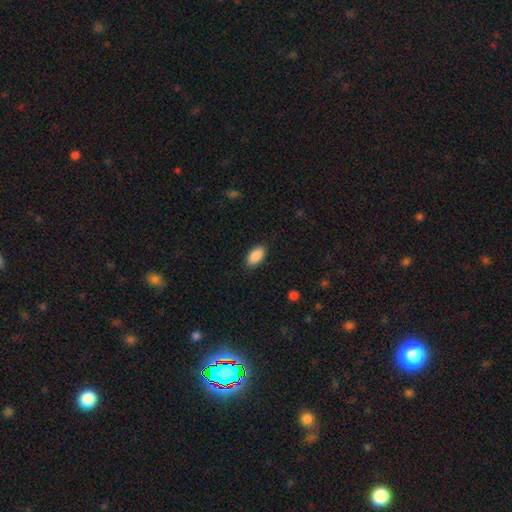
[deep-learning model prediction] A smooth galaxy with no disk features (90%) that is in between round and cigar-shaped (94%). Merging: none (88%).